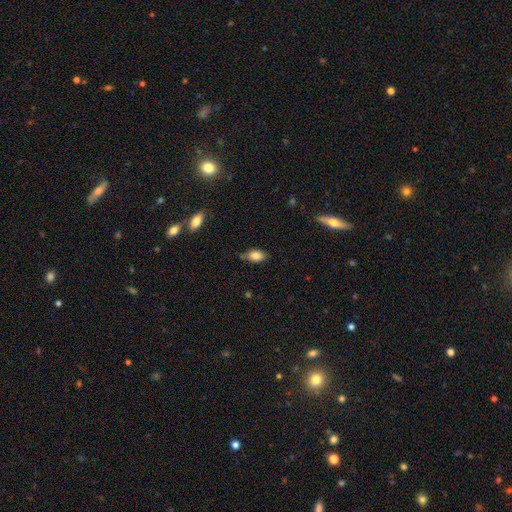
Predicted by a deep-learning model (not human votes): Smooth or featured? smooth (82%)
How rounded? in between (89%)
Merging? none (65%)